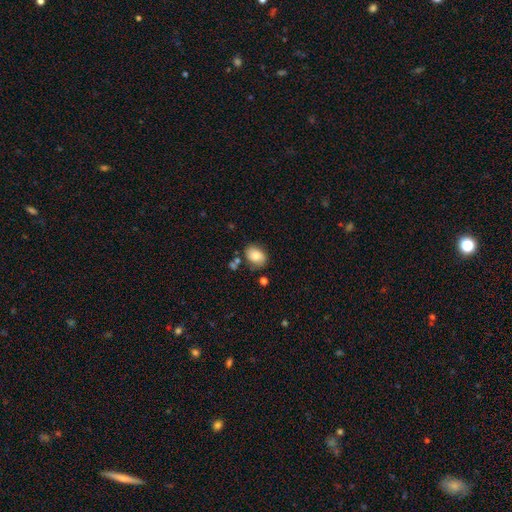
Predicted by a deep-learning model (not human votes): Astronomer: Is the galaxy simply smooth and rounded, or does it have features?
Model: smooth — 80%.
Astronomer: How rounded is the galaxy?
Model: in between — 72%.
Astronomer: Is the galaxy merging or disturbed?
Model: none — 71%.